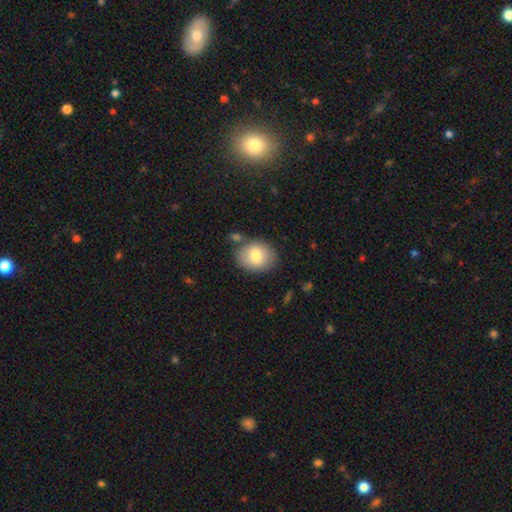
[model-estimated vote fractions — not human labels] smooth_or_featured: smooth (p=0.78) [alt: featured or disk p=0.15]
how_rounded: in between (p=0.53) [alt: round p=0.46]
merging: none (p=0.74) [alt: minor disturbance p=0.13]